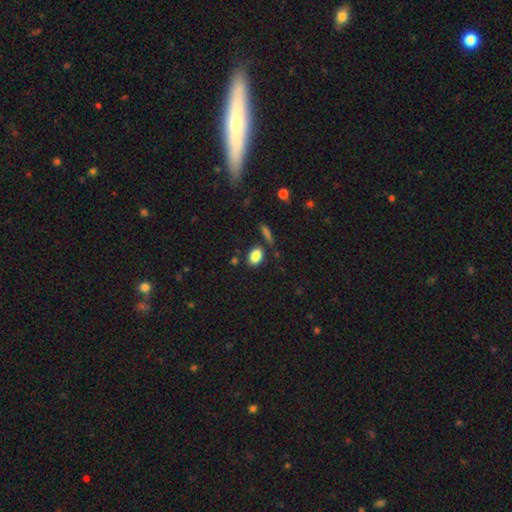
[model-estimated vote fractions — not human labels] smooth-or-featured: smooth: 85% | star or artifact: 9% | featured or disk: 6%
  how-rounded: in between: 82% | round: 16% | cigar-shaped: 2%
  merging: none: 79% | minor disturbance: 12% | merger: 6% | major disturbance: 3%